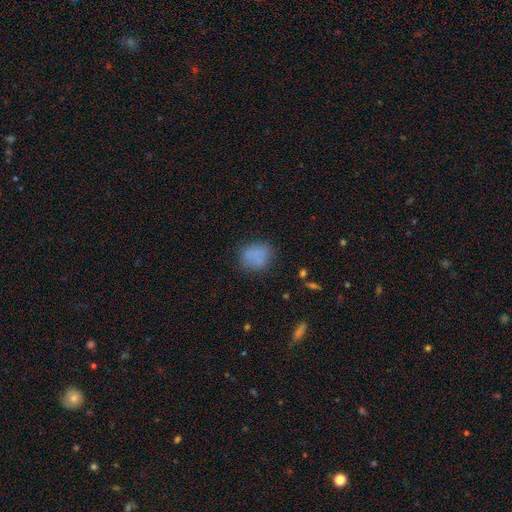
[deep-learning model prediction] Overall: smooth (80%). How rounded: round (67%; in between 32%). Merging: none (73%).